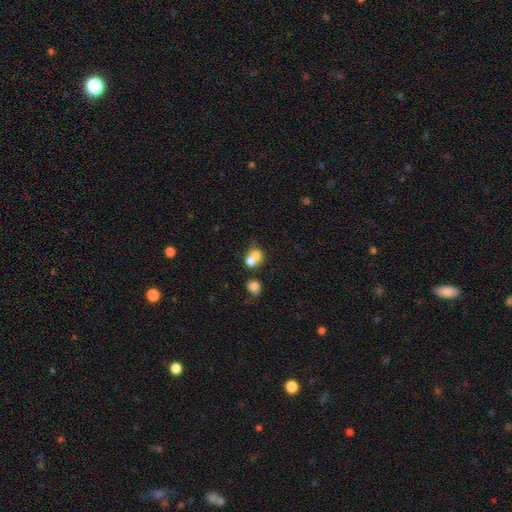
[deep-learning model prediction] Smooth or featured? smooth (70%)
How rounded? round (72%)
Merging? merger (61%)